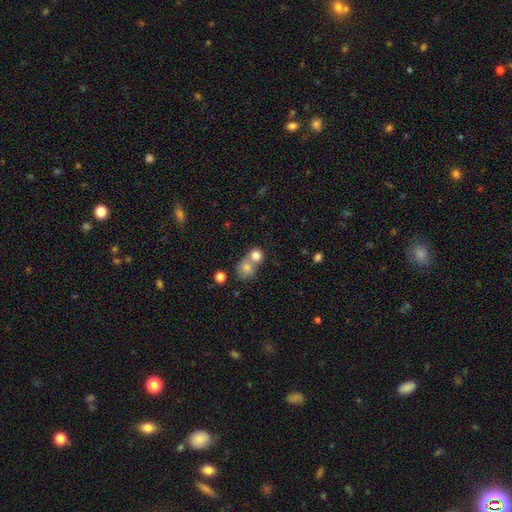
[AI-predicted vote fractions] This appears to be a smooth galaxy with no disk features (79%) that is round (77%). Merging: merger (54%).